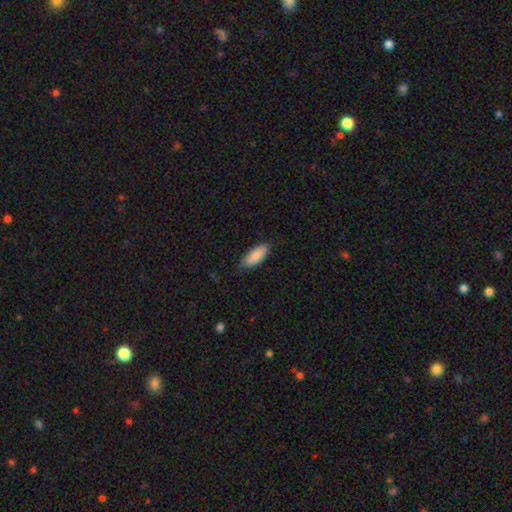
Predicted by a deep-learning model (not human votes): Q: Smooth or featured?
A: smooth (88%); runner-up: featured or disk (7%)
Q: How rounded?
A: in between (81%); runner-up: cigar-shaped (17%)
Q: Merging?
A: none (78%); runner-up: minor disturbance (19%)